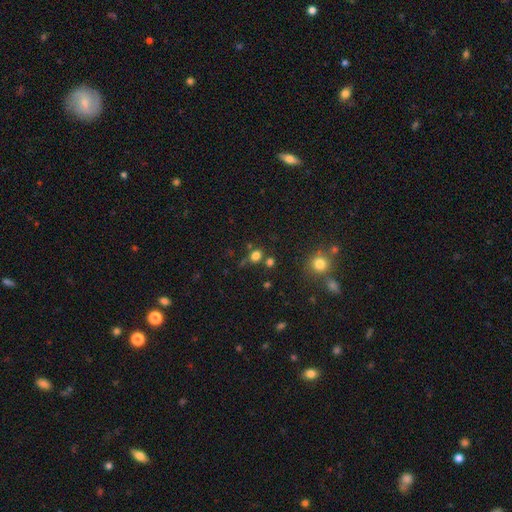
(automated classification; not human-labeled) A smooth galaxy with no disk features (76%) that is round (65%). Merging: none (65%).